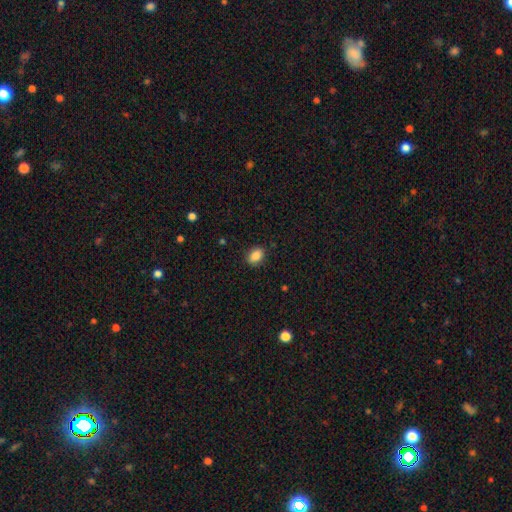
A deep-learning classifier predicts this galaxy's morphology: Smooth or featured: smooth — 87% (star or artifact — 9%)
How rounded: in between — 77% (round — 22%)
Merging: none — 88% (minor disturbance — 9%)